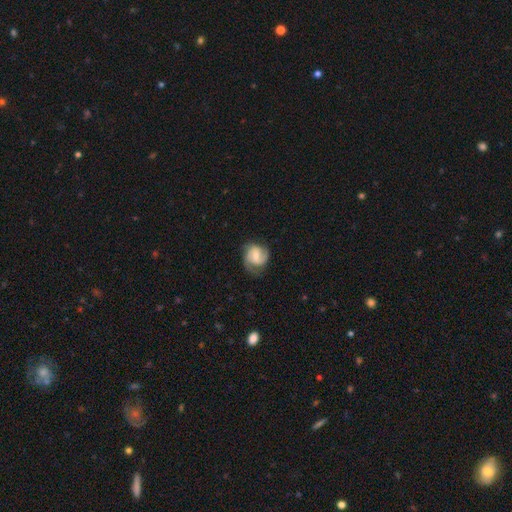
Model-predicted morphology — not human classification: A featured or disk galaxy (69%) with a weak bar (44%, tied with no), 2 (70%) medium (44%) spiral arms (93%) and a small central bulge (47%).

Vote fractions:
- Smooth or featured? featured or disk: 69% / smooth: 25% / star or artifact: 6%
- Edge-on disk? no: 98% / yes: 2%
- Bar? weak: 44% (tied) / no: 44% (tied) / strong: 13%
- Spiral arms? yes: 93% / no: 7%
- Spiral winding? medium: 44% / tight: 39% / loose: 17%
- Spiral arm count? 2: 70% / can't tell: 11% / 3: 9% / 1: 7% / 4: 2% / more than 4: 1%
- Bulge size? small: 47% / moderate: 46% / none: 4% / large: 3% / dominant: 1%
- Merging? none: 65% / minor disturbance: 23% / major disturbance: 11% / merger: 1%